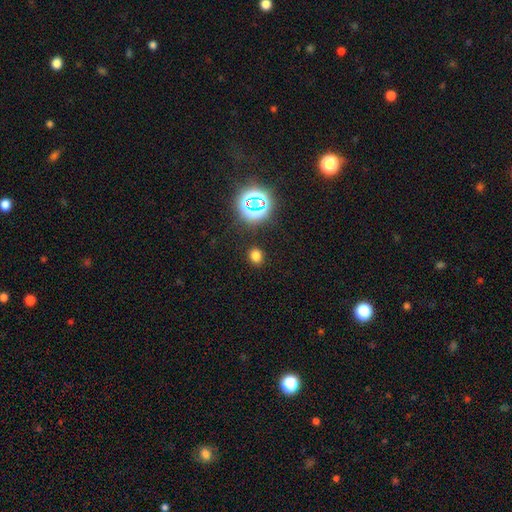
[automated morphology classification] Smooth or featured? smooth (71%)
How rounded? round (65%)
Merging? none (87%)